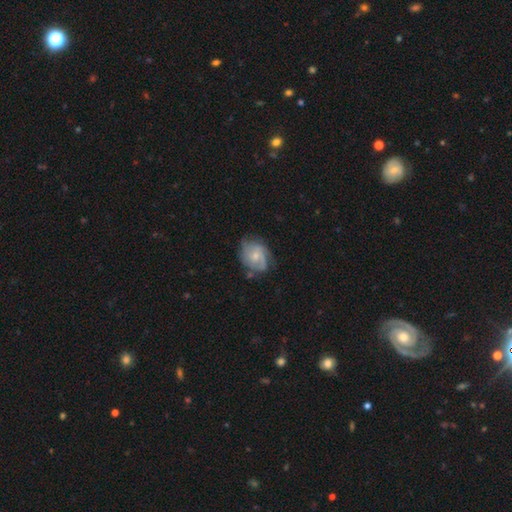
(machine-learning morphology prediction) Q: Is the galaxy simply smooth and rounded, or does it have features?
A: featured or disk — 62%.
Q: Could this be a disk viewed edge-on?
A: no — 97%.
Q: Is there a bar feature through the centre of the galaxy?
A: no — 69%.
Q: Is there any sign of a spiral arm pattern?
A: yes — 84%.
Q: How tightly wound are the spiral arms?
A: tight — 42%.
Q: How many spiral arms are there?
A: can't tell — 34%.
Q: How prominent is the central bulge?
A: small — 56%.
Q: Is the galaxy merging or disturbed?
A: none — 58%.